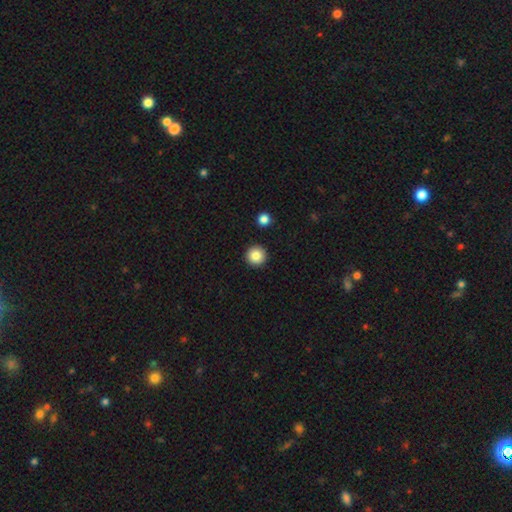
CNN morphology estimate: Smooth or featured?
  - smooth: 86% *
  - star or artifact: 9%
  - featured or disk: 5%
How rounded?
  - round: 96% *
  - in between: 3%
  - cigar-shaped: 1%
Merging?
  - none: 93% *
  - minor disturbance: 4%
  - merger: 2%
  - major disturbance: 2%